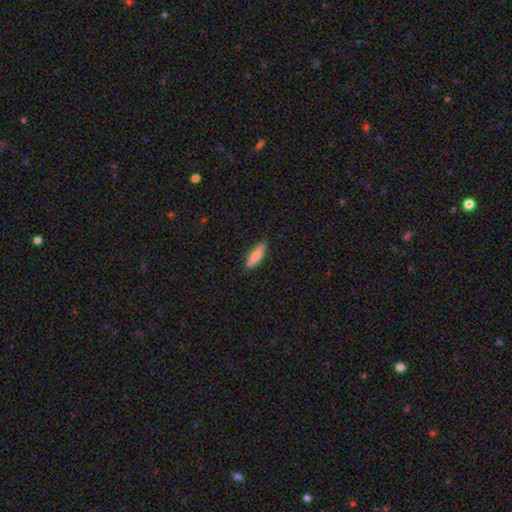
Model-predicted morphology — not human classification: This appears to be a smooth galaxy with no disk features (75%) that is cigar-shaped (64%). Merging: none (85%).